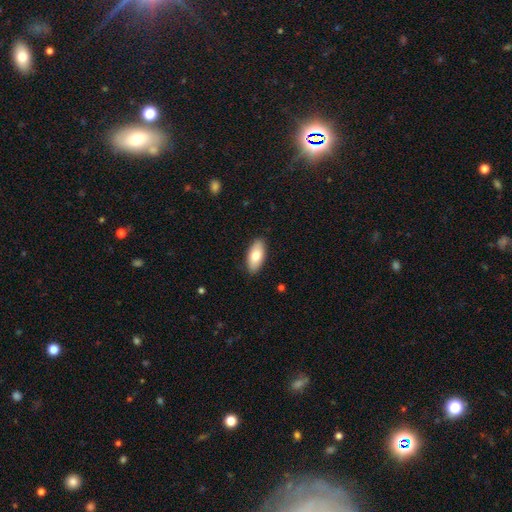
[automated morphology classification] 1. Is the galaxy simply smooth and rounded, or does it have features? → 77% smooth, 17% featured or disk, 6% star or artifact.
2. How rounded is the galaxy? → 90% in between, 8% cigar-shaped, 2% round.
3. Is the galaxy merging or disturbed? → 88% none, 9% minor disturbance, 2% major disturbance, 1% merger.